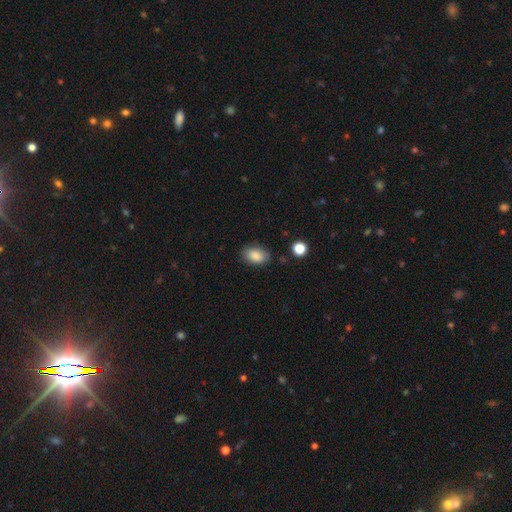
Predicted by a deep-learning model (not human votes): Smooth or featured? Predicted: smooth (p=0.87). How rounded? Predicted: in between (p=0.90). Merging? Predicted: none (p=0.81).